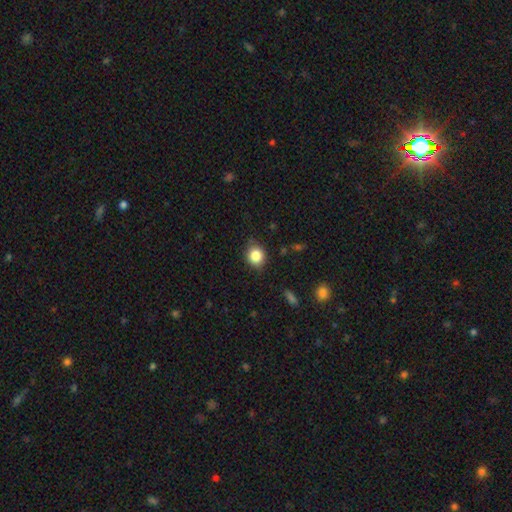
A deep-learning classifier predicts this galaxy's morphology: Smooth or featured?
  - smooth: 84% *
  - star or artifact: 10%
  - featured or disk: 6%
How rounded?
  - round: 78% *
  - in between: 21%
  - cigar-shaped: 1%
Merging?
  - none: 84% *
  - minor disturbance: 12%
  - major disturbance: 3%
  - merger: 2%